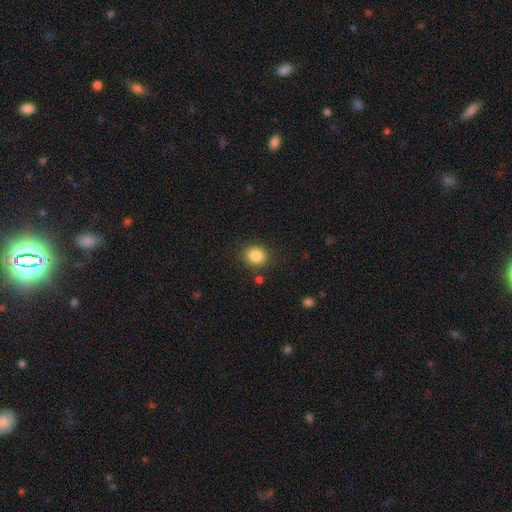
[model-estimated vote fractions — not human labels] Smooth or featured? smooth (85%)
How rounded? round (67%)
Merging? none (85%)